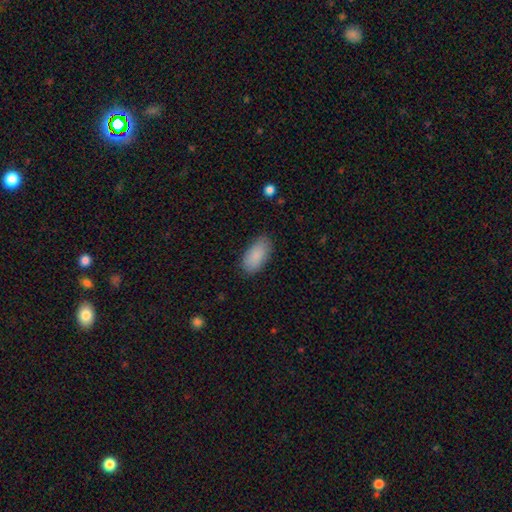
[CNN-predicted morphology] smooth_or_featured: smooth (p=0.89) [alt: star or artifact p=0.06]
how_rounded: in between (p=0.94) [alt: cigar-shaped p=0.04]
merging: none (p=0.84) [alt: minor disturbance p=0.13]